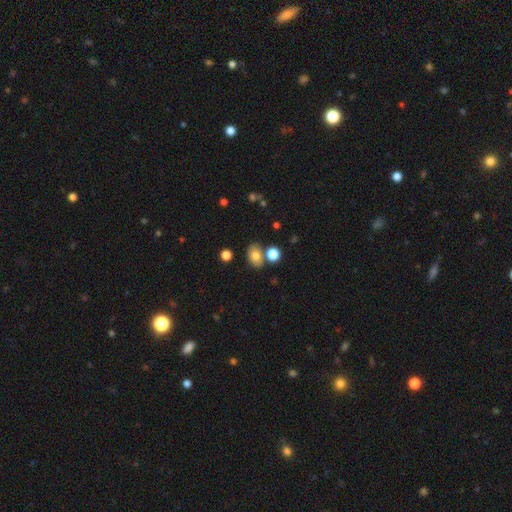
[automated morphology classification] Overall: smooth (77%). How rounded: in between (73%). Merging: none (70%).